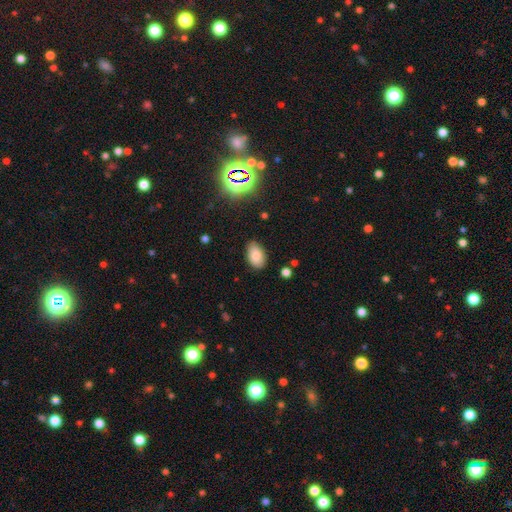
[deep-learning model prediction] A smooth galaxy with no disk features (82%) that is in between round and cigar-shaped (91%). Merging: none (81%).